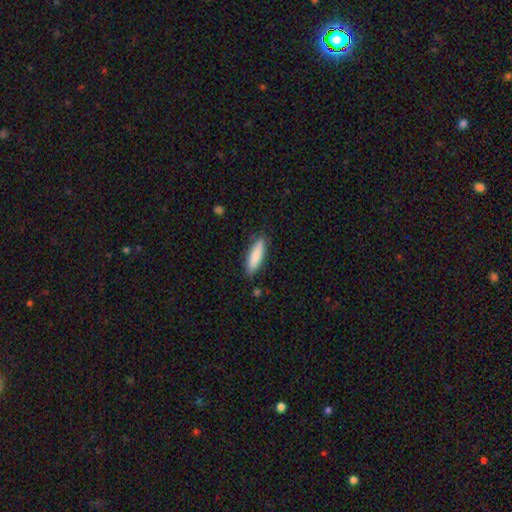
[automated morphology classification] A smooth galaxy with no disk features (84%) that is cigar-shaped (66%).

Vote fractions:
- Smooth or featured? smooth: 84% / featured or disk: 10% / star or artifact: 6%
- How rounded? cigar-shaped: 66% / in between: 32% / round: 2%
- Merging? none: 84% / minor disturbance: 12% / major disturbance: 2% / merger: 2%